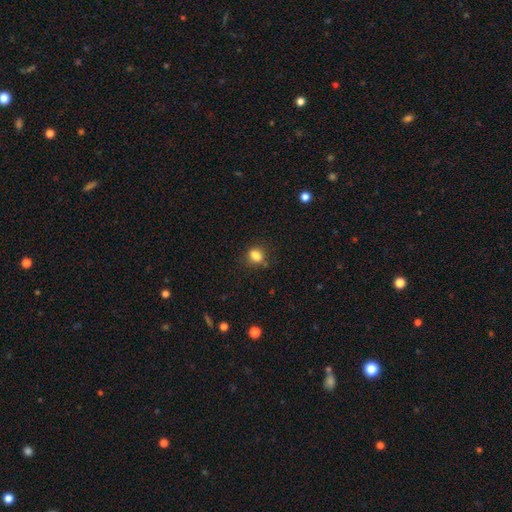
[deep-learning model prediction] A smooth galaxy with no disk features (83%) that is in between round and cigar-shaped (59%).

Vote fractions:
- Smooth or featured? smooth: 83% / star or artifact: 11% / featured or disk: 6%
- How rounded? in between: 59% / round: 39% / cigar-shaped: 2%
- Merging? none: 74% / minor disturbance: 16% / merger: 6% / major disturbance: 4%